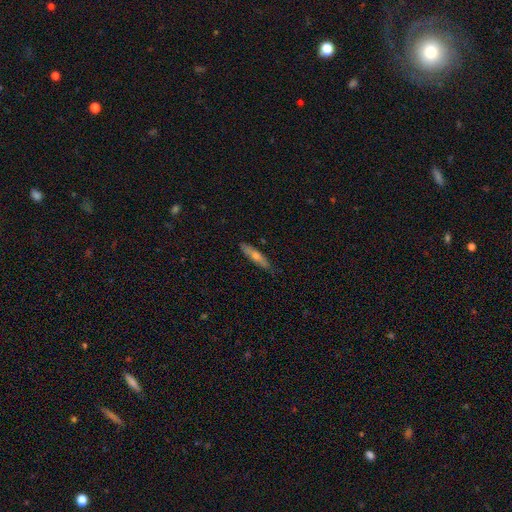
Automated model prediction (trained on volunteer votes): featured or disk 48%, smooth 46%, star or artifact 7%. Down the decision tree: merging — none (84%).